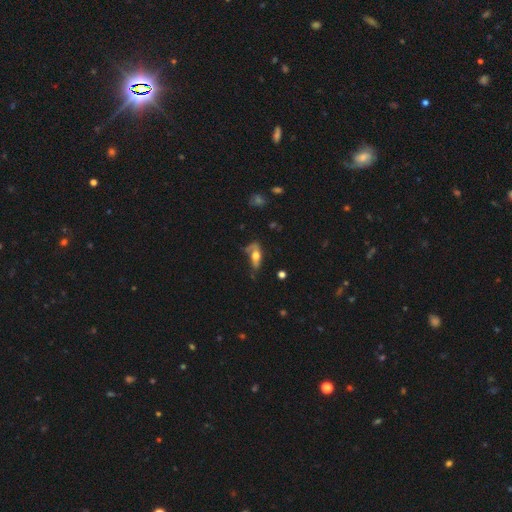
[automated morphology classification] This appears to be a smooth galaxy with no disk features (53%) that is in between round and cigar-shaped (70%). Merging: none (34%).